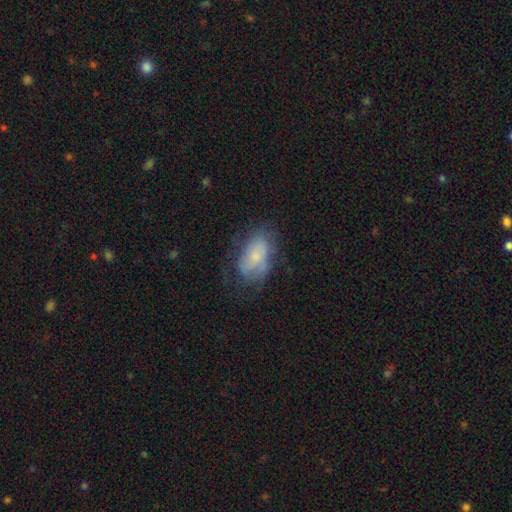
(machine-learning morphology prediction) Smooth or featured? smooth (57%)
How rounded? in between (91%)
Merging? none (52%)